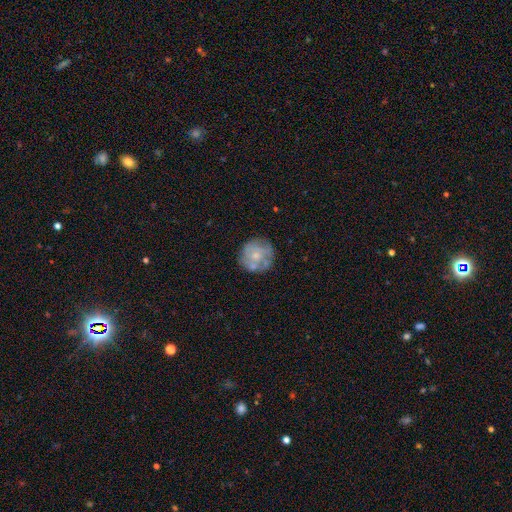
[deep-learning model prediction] Morphology: type=featured or disk (49%); merging=none (68%).